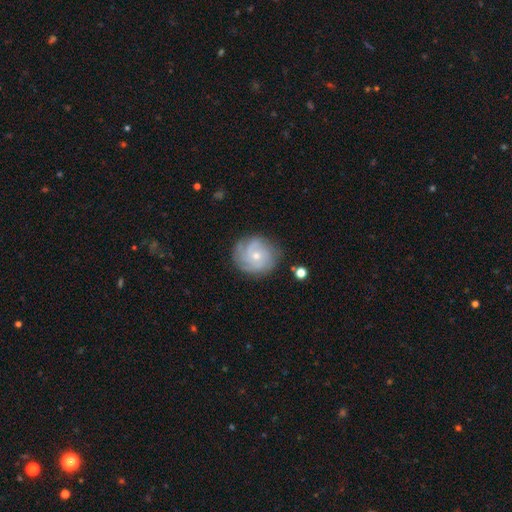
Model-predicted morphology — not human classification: Q: Smooth or featured?
A: featured or disk (77%); runner-up: smooth (16%)
Q: Edge-on disk?
A: no (98%); runner-up: yes (2%)
Q: Bar?
A: no (77%); runner-up: weak (20%)
Q: Spiral arms?
A: yes (95%); runner-up: no (5%)
Q: Spiral winding?
A: tight (65%); runner-up: medium (28%)
Q: Spiral arm count?
A: 3 (30%); runner-up: can't tell (28%)
Q: Bulge size?
A: small (59%); runner-up: moderate (38%)
Q: Merging?
A: none (78%); runner-up: minor disturbance (15%)